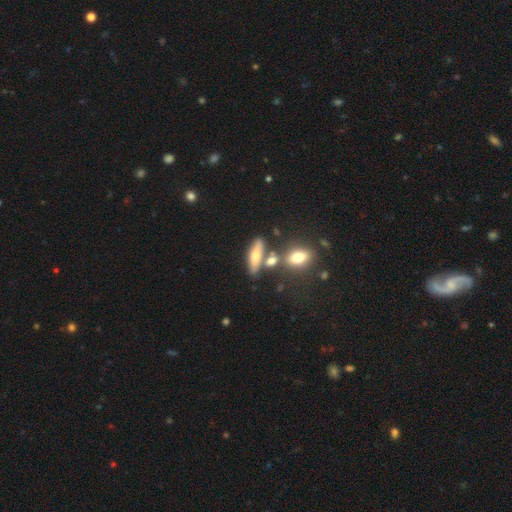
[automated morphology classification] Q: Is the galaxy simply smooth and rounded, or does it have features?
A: smooth — 40%.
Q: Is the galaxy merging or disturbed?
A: none — 43%.